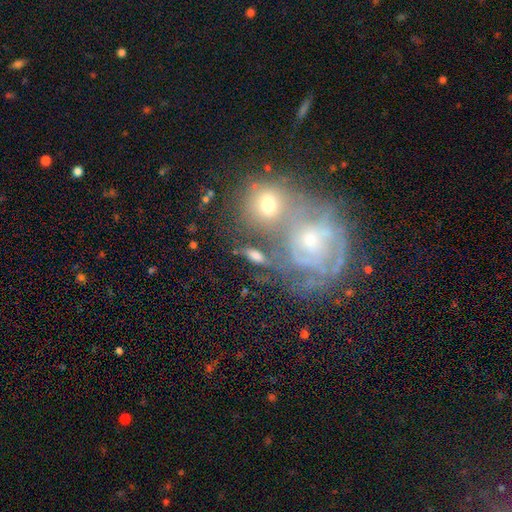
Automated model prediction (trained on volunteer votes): Morphology: type=smooth (53%); roundness=in between (72%); merging=none (56%).